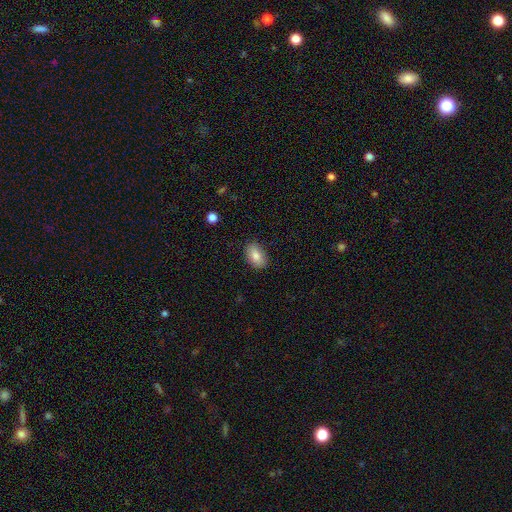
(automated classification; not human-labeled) Morphology: type=smooth (83%); roundness=in between (90%); merging=none (86%).